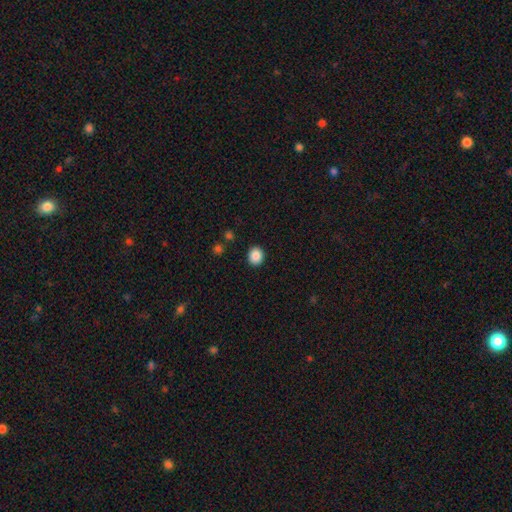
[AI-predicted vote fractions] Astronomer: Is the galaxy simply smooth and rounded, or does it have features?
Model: smooth — 88%.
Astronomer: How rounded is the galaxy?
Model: round — 74%.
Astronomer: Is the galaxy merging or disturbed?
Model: none — 91%.